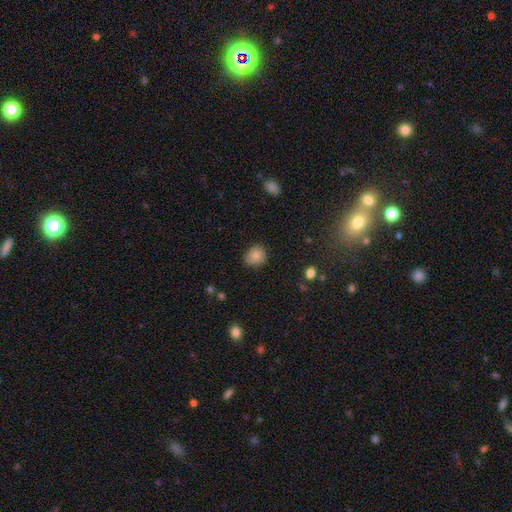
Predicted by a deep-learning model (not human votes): The model was most divided on "how rounded": round: 77%, in between: 22%, cigar-shaped: 1%. More confident: smooth or featured — smooth (84%); merging — none (80%).